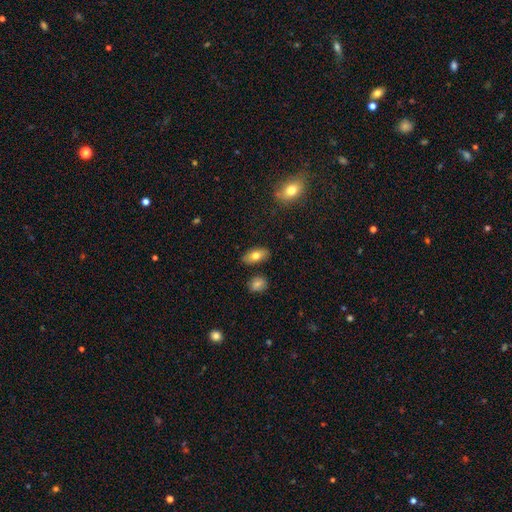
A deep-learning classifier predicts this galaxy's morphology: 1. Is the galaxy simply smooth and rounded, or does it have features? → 75% smooth, 17% featured or disk, 8% star or artifact.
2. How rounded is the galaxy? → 89% in between, 6% cigar-shaped, 5% round.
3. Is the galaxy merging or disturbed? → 85% none, 10% minor disturbance, 3% merger, 2% major disturbance.